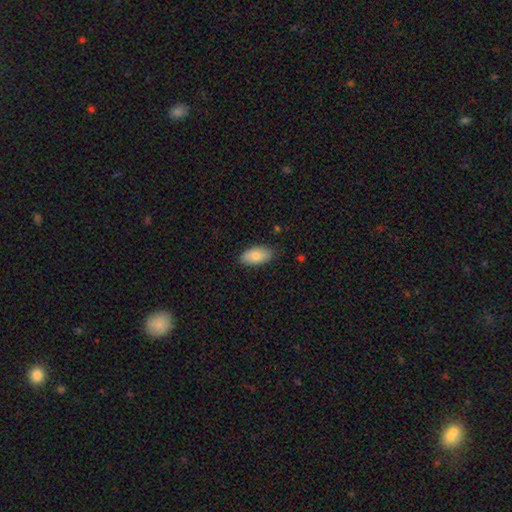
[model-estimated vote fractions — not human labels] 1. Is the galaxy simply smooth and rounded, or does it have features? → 79% smooth, 15% featured or disk, 6% star or artifact.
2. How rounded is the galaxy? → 93% in between, 3% round, 3% cigar-shaped.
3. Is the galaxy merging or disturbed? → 82% none, 14% minor disturbance, 2% major disturbance, 1% merger.